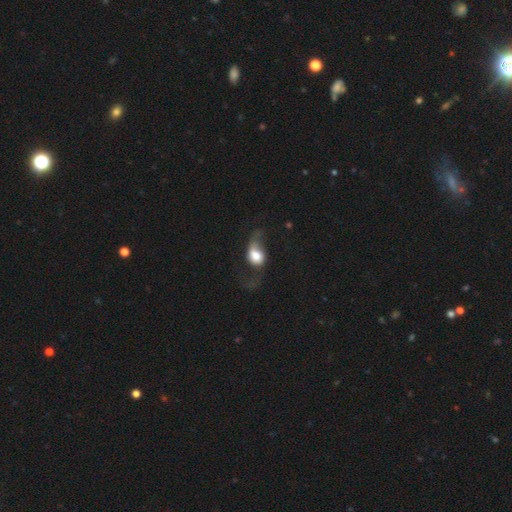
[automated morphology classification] type=smooth (47%); merging=major disturbance (45%).